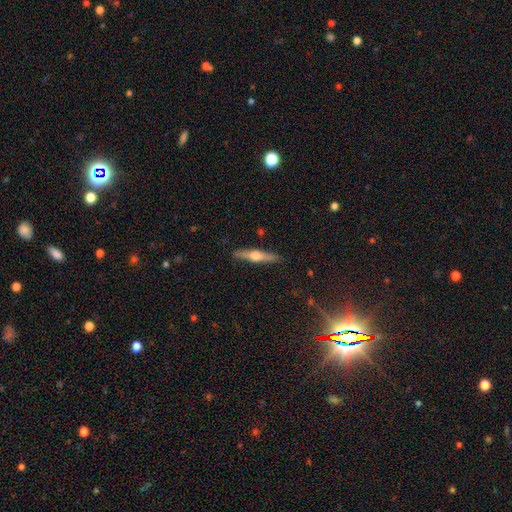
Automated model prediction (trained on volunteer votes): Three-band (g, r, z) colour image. It shows a featured or disk galaxy (62%) viewed edge-on (96%) with a rounded central bulge (94%). Merging: none (90%).